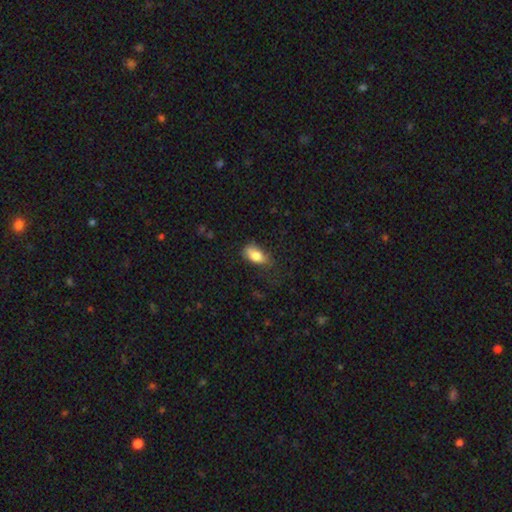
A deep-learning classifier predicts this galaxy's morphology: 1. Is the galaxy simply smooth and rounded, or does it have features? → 80% smooth, 12% featured or disk, 8% star or artifact.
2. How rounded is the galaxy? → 88% in between, 7% cigar-shaped, 6% round.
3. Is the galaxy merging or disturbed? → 57% none, 29% minor disturbance, 12% major disturbance, 2% merger.